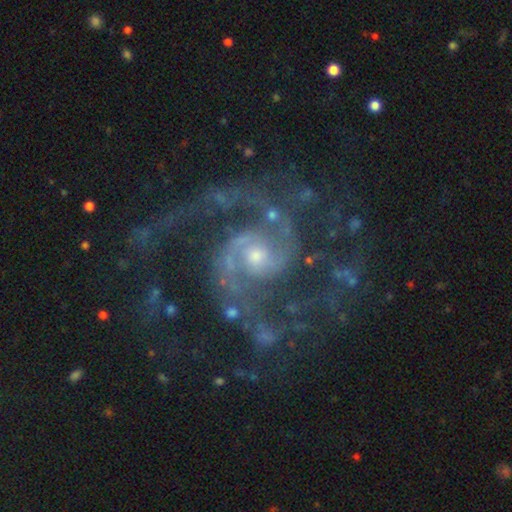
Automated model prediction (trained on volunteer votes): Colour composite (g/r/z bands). It shows a featured or disk galaxy (91%) with no bar (59%), 2 (75%) medium (55%) spiral arms (98%) and a moderate central bulge (48%). Merging: none (58%).